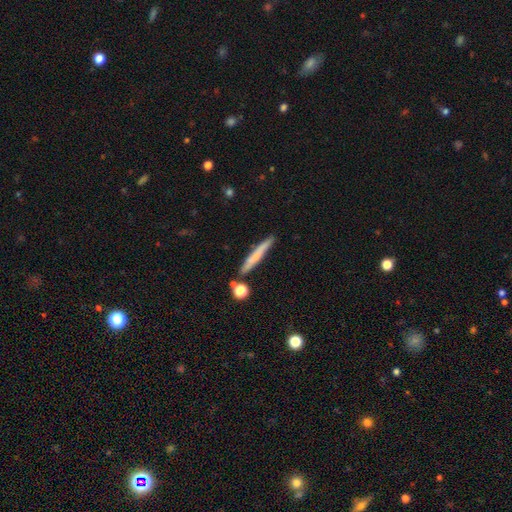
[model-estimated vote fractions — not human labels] Morphology: type=smooth (63%); roundness=cigar-shaped (95%); merging=none (82%).